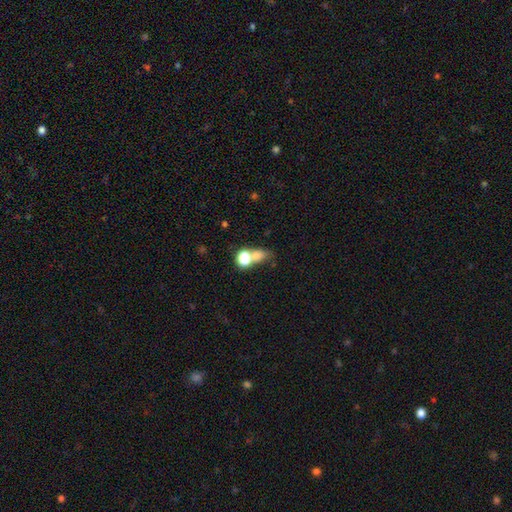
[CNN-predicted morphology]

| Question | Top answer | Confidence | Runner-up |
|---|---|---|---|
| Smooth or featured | smooth | 71% | star or artifact (16%) |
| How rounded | round | 49% | in between (48%) |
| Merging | merger | 50% | none (33%) |